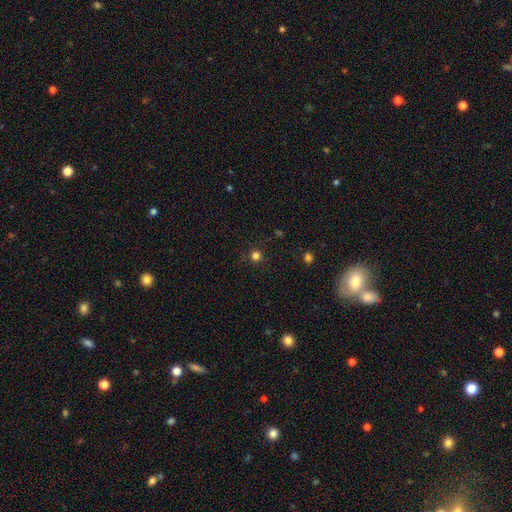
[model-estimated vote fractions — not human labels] Smooth or featured? Predicted: smooth (p=0.78). How rounded? Predicted: round (p=0.95). Merging? Predicted: none (p=0.88).